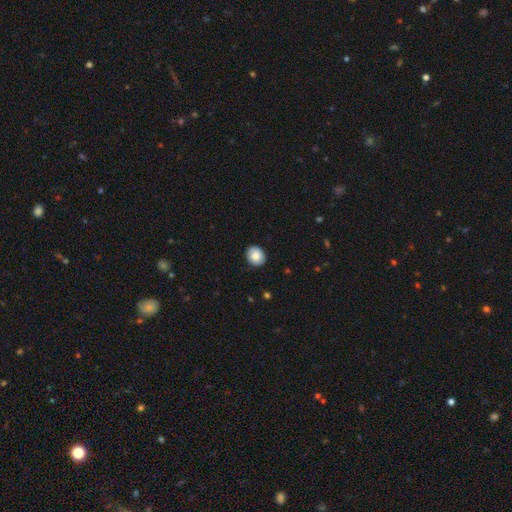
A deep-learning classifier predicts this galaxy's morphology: The model was most divided on "how rounded": round: 71%, in between: 29%, cigar-shaped: 1%. More confident: merging — none (87%); smooth or featured — smooth (83%).